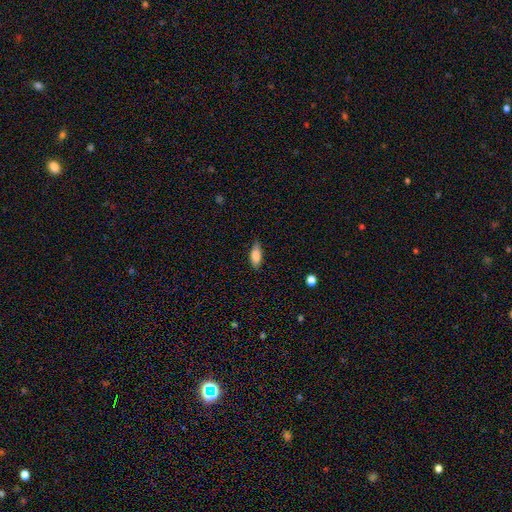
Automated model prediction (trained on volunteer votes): Q: Smooth or featured?
A: smooth (84%); runner-up: featured or disk (9%)
Q: How rounded?
A: in between (77%); runner-up: cigar-shaped (20%)
Q: Merging?
A: none (77%); runner-up: minor disturbance (19%)